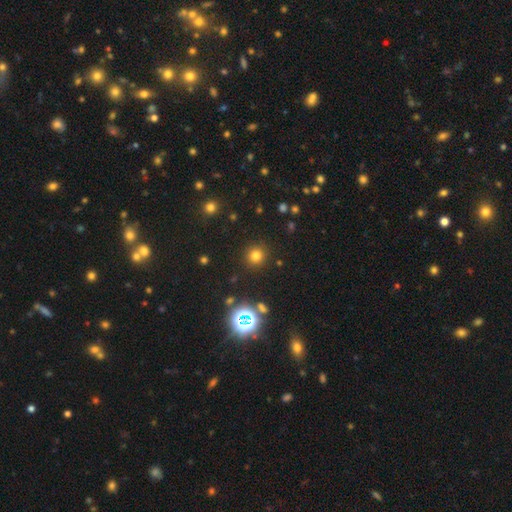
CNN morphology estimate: This is likely a smooth galaxy (74%). How rounded: clearly round (94%). Merging: clearly none (90%).